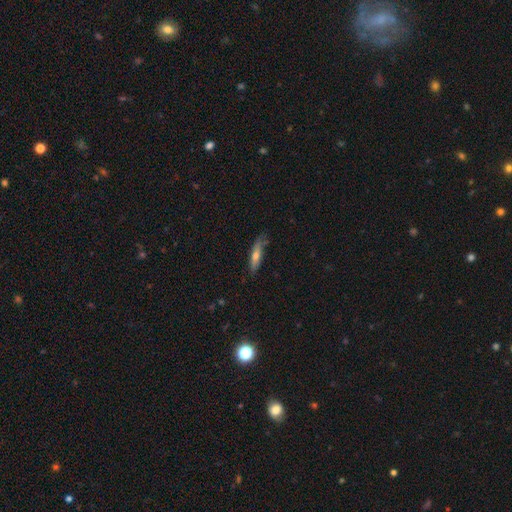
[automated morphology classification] The model was most divided on "smooth or featured": smooth: 49%, featured or disk: 43%, star or artifact: 8%. More confident: merging — none (76%).